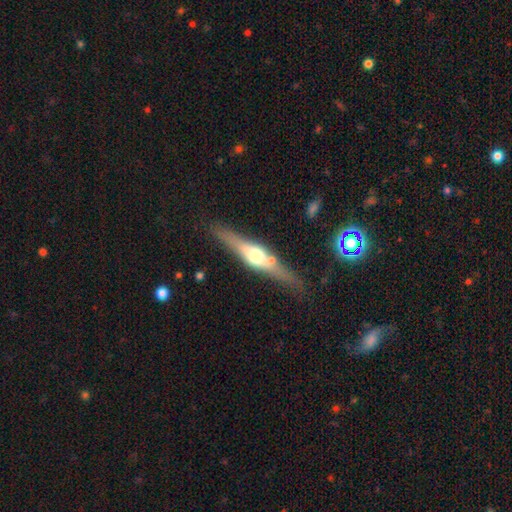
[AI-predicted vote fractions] featured or disk 69%, smooth 25%, star or artifact 6%. Down the decision tree: edge-on disk — yes (95%); edge-on bulge — rounded (89%); merging — none (80%).